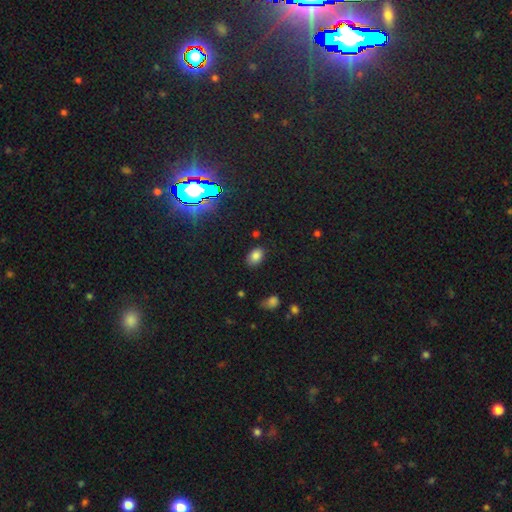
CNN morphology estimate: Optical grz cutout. It shows a smooth galaxy with no disk features (80%) that is in between round and cigar-shaped (84%). Merging: none (81%).